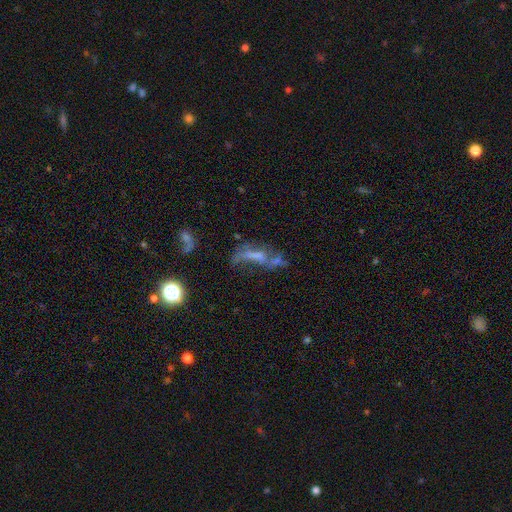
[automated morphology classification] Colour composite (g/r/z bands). It shows a featured or disk galaxy (47%). Merging: major disturbance (34%).